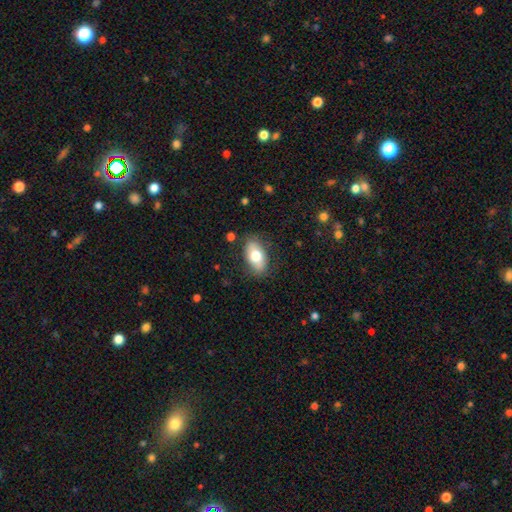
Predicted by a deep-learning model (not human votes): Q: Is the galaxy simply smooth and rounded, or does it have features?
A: smooth — 71%.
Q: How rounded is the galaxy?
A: in between — 90%.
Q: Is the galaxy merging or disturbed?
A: none — 82%.